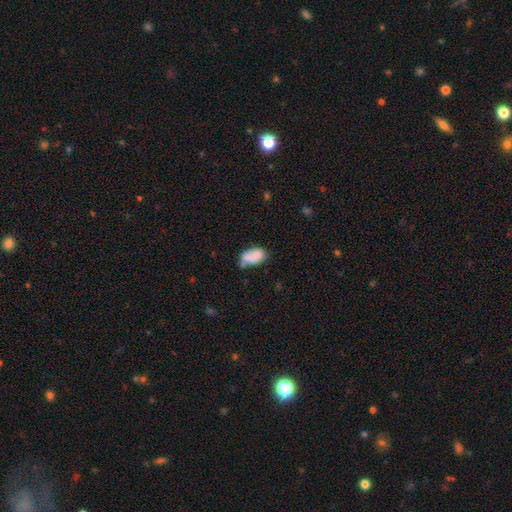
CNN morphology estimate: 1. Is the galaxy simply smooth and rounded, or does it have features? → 75% smooth, 17% featured or disk, 8% star or artifact.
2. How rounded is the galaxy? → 90% in between, 9% round, 2% cigar-shaped.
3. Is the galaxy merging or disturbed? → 43% none, 27% minor disturbance, 20% merger, 10% major disturbance.